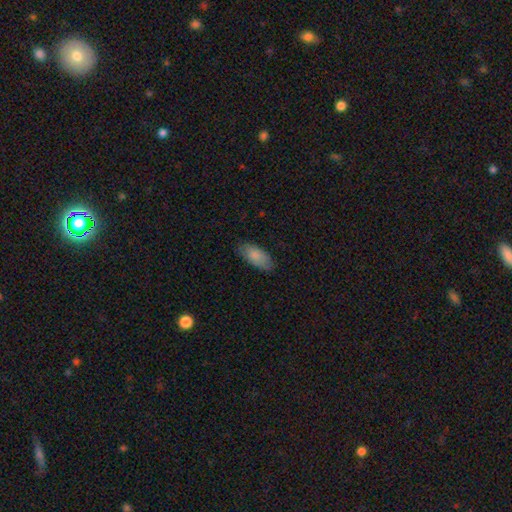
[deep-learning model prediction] Smooth or featured: smooth — 85% (featured or disk — 9%)
How rounded: in between — 89% (cigar-shaped — 9%)
Merging: none — 80% (minor disturbance — 16%)